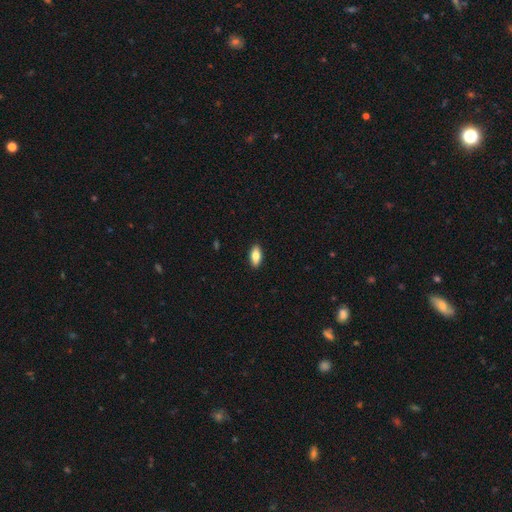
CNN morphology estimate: Smooth or featured?
  - smooth: 78% *
  - featured or disk: 16%
  - star or artifact: 6%
How rounded?
  - in between: 87% *
  - cigar-shaped: 11%
  - round: 3%
Merging?
  - none: 90% *
  - minor disturbance: 7%
  - major disturbance: 2%
  - merger: 1%